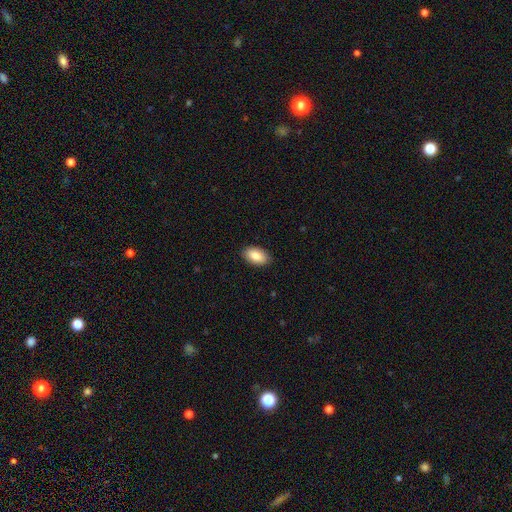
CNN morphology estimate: smooth 86%, featured or disk 7%, star or artifact 6%. Down the decision tree: how rounded — in between (94%); merging — none (89%).